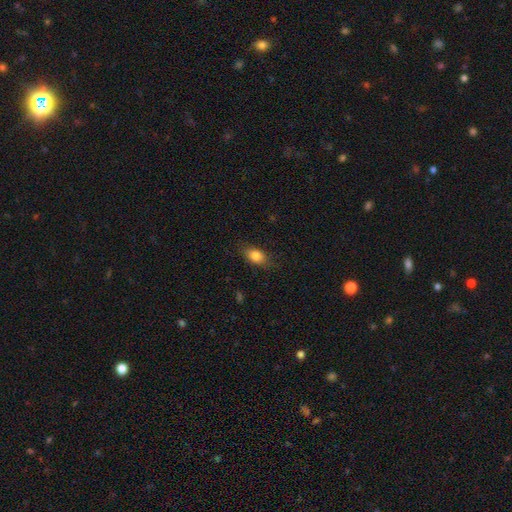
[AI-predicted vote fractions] smooth_or_featured: smooth (p=0.82) [alt: featured or disk p=0.09]
how_rounded: in between (p=0.78) [alt: round p=0.19]
merging: none (p=0.78) [alt: minor disturbance p=0.17]